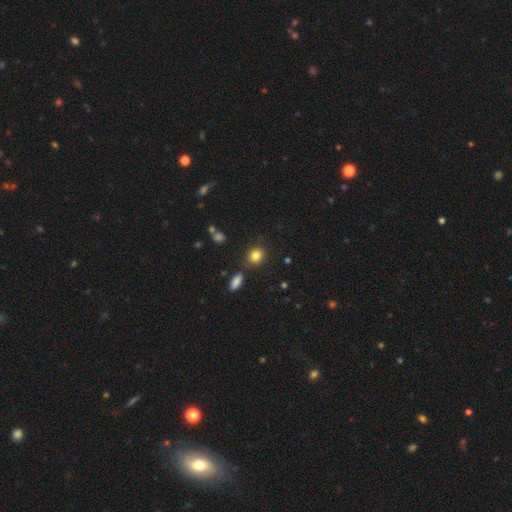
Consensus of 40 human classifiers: smooth 92%, star or artifact 5%, featured or disk 2%. Down the decision tree: how rounded — round (68%); merging — none (84%).